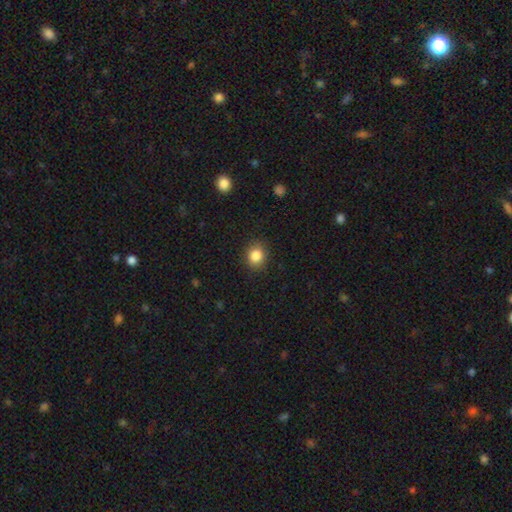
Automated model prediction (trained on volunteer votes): Smooth or featured: smooth — 85% (star or artifact — 10%)
How rounded: round — 70% (in between — 29%)
Merging: none — 88% (minor disturbance — 9%)